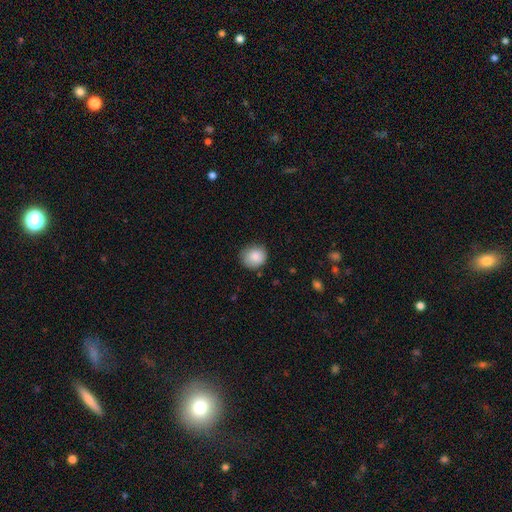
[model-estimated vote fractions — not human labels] This appears to be a smooth galaxy with no disk features (87%) that is round (82%). Merging: none (81%).